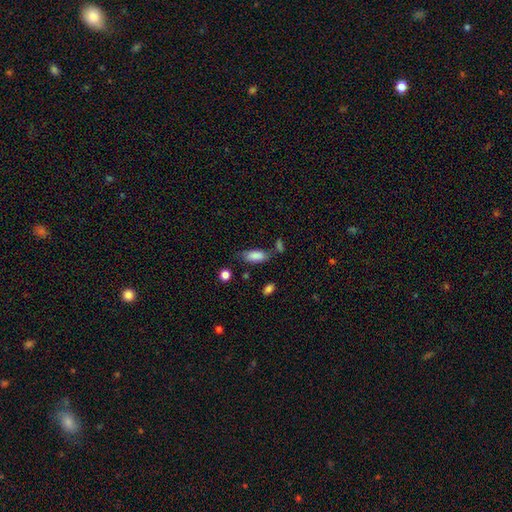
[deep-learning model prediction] Smooth or featured: smooth — 85% (featured or disk — 8%)
How rounded: in between — 84% (cigar-shaped — 13%)
Merging: none — 62% (minor disturbance — 23%)